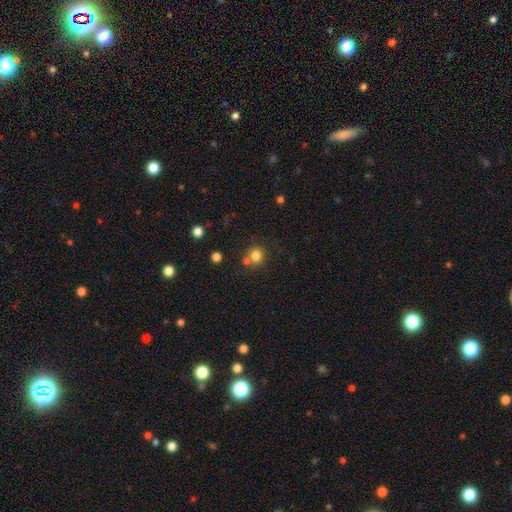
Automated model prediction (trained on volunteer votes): Smooth or featured? smooth (80%)
How rounded? round (89%)
Merging? none (65%)